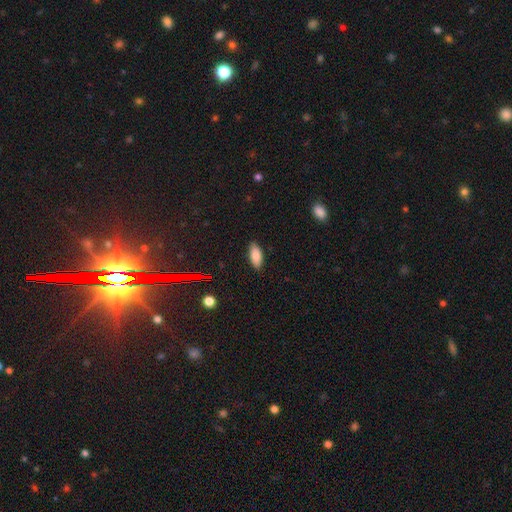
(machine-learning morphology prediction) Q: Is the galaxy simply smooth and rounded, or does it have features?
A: smooth — 85%.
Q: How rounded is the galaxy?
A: in between — 83%.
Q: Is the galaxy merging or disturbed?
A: none — 86%.